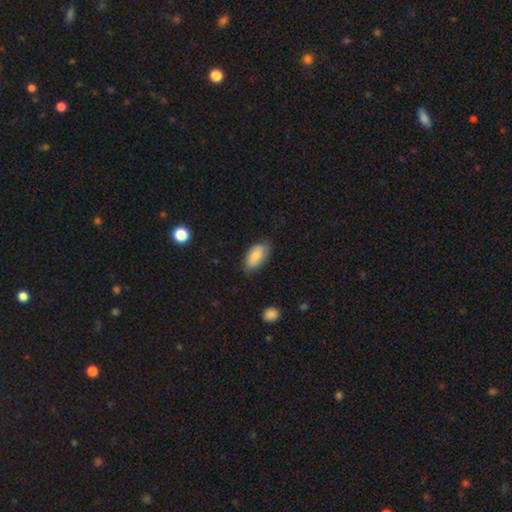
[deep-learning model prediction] This is clearly a smooth galaxy (81%). How rounded: clearly in between (93%). Merging: likely none (75%).